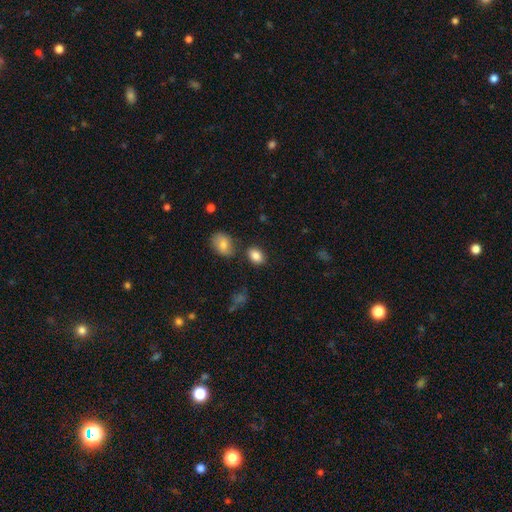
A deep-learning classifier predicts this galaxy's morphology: Smooth or featured?
  - smooth: 84% *
  - star or artifact: 9%
  - featured or disk: 7%
How rounded?
  - in between: 76% *
  - round: 23%
  - cigar-shaped: 1%
Merging?
  - none: 80% *
  - minor disturbance: 11%
  - merger: 7%
  - major disturbance: 3%